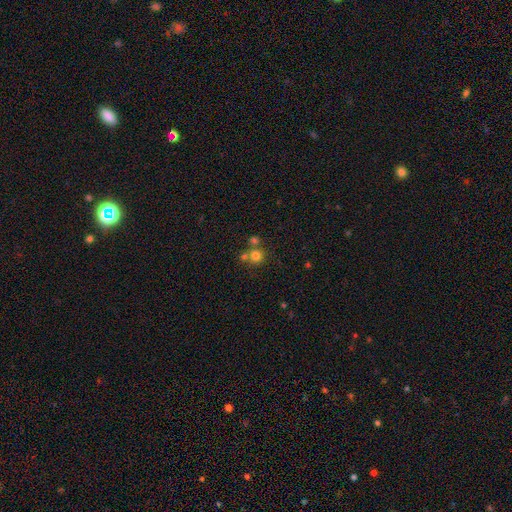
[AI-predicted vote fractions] Smooth or featured? smooth (74%)
How rounded? round (92%)
Merging? none (61%)